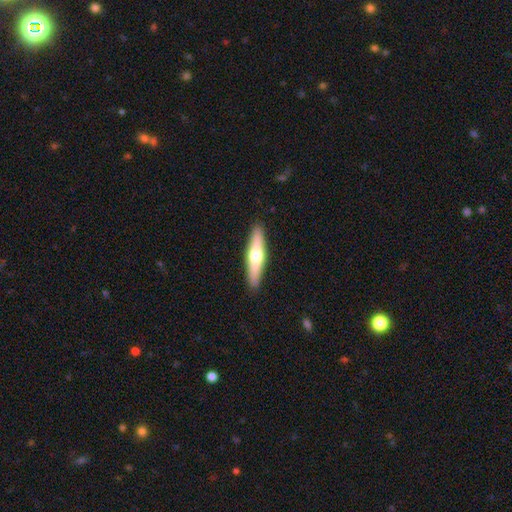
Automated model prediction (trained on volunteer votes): Smooth or featured: featured or disk — 48% (smooth — 47%)
Merging: none — 90% (minor disturbance — 7%)